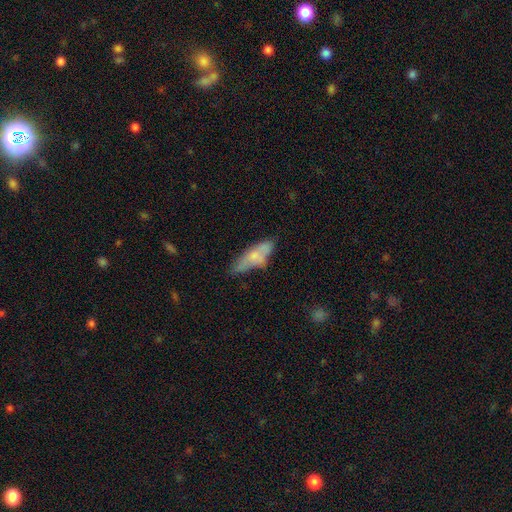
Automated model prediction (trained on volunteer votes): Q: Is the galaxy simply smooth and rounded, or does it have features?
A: smooth — 62%.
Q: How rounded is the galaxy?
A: in between — 54%.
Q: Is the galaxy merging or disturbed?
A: none — 48%.